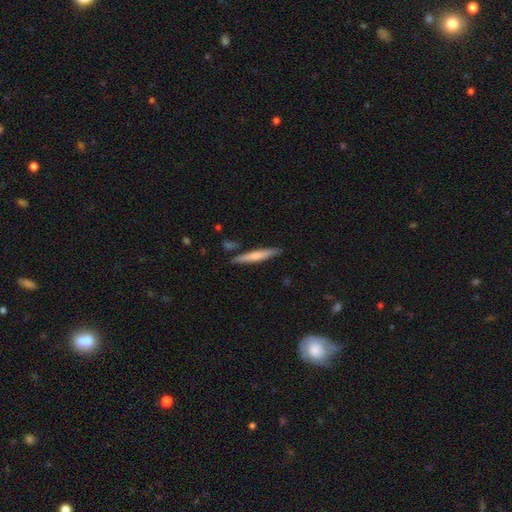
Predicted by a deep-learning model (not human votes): smooth 61%, featured or disk 34%, star or artifact 5%. Down the decision tree: how rounded — cigar-shaped (94%); merging — none (87%).